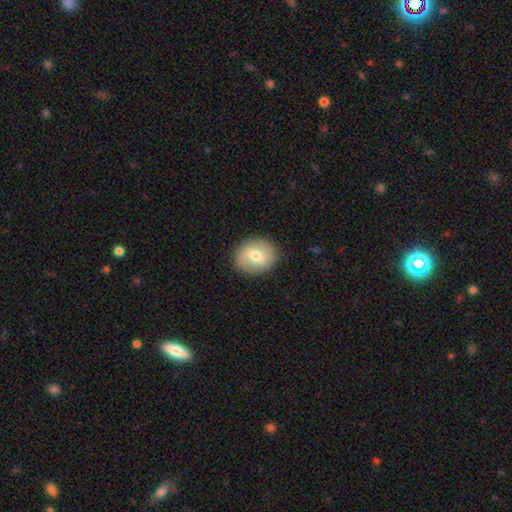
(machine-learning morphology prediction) This appears to be a smooth galaxy with no disk features (60%) that is round (67%). Merging: none (88%).